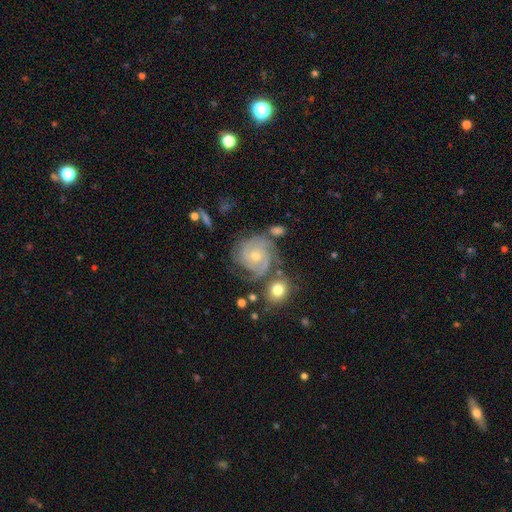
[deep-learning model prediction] A featured or disk galaxy (85%) with no bar (70%), 3 (39%) tight (66%) spiral arms (97%) and a small central bulge (57%). Merging: none (61%).